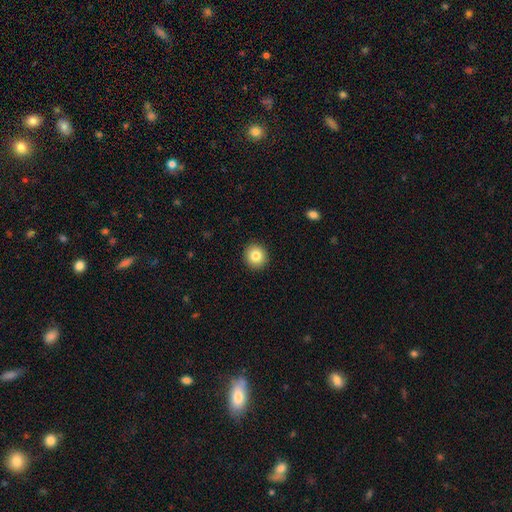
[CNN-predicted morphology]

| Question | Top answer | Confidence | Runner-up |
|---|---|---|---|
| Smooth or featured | smooth | 83% | star or artifact (9%) |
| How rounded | round | 91% | in between (8%) |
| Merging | none | 93% | minor disturbance (5%) |